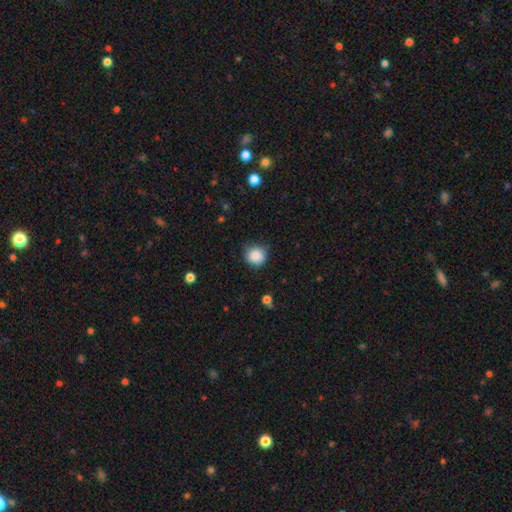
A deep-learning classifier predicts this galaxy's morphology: Smooth or featured? Predicted: smooth (p=0.87). How rounded? Predicted: round (p=0.90). Merging? Predicted: none (p=0.78).